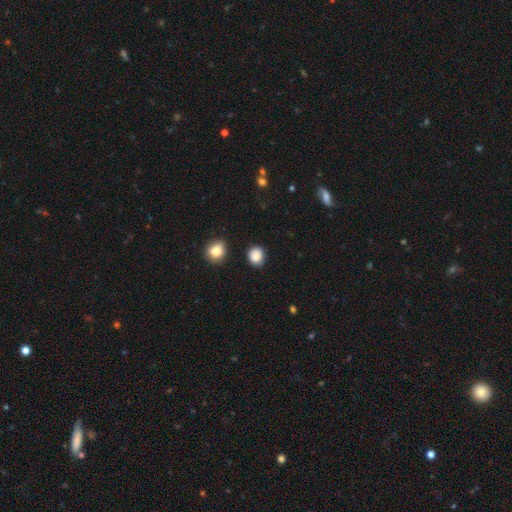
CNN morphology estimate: Q: Smooth or featured?
A: smooth (87%); runner-up: star or artifact (9%)
Q: How rounded?
A: round (75%); runner-up: in between (24%)
Q: Merging?
A: none (82%); runner-up: minor disturbance (13%)